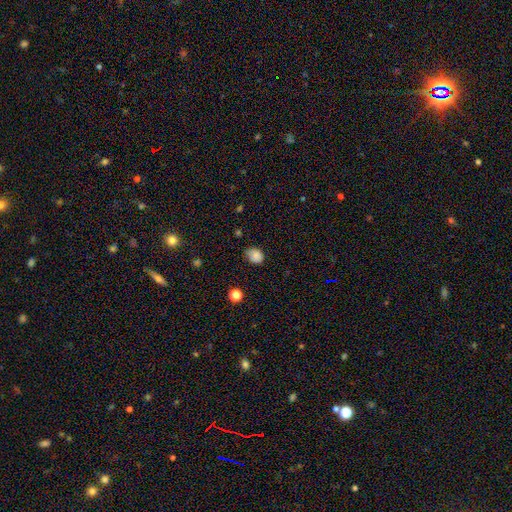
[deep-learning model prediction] smooth 84%, star or artifact 11%, featured or disk 5%. Down the decision tree: how rounded — in between (51%); merging — none (64%).